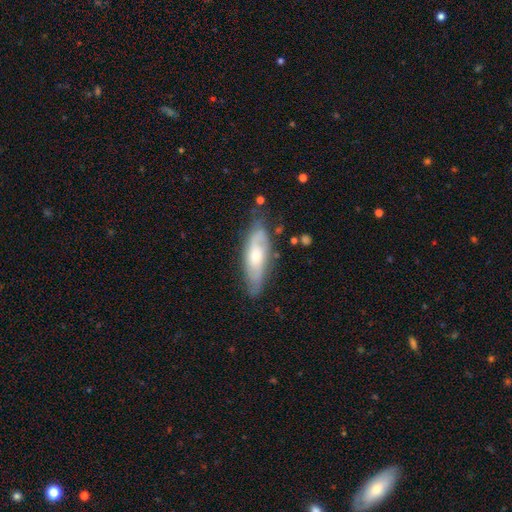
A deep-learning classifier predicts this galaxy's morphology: A featured or disk galaxy (60%).

Vote fractions:
- Smooth or featured? featured or disk: 60% / smooth: 33% / star or artifact: 6%
- Edge-on disk? no: 72% / yes: 28%
- Merging? none: 69% / minor disturbance: 23% / major disturbance: 6% / merger: 2%